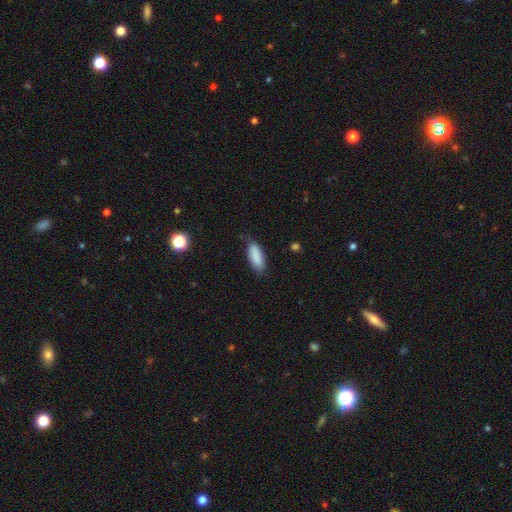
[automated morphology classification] smooth_or_featured: smooth (p=0.88) [alt: star or artifact p=0.07]
how_rounded: in between (p=0.67) [alt: cigar-shaped p=0.31]
merging: none (p=0.77) [alt: minor disturbance p=0.18]